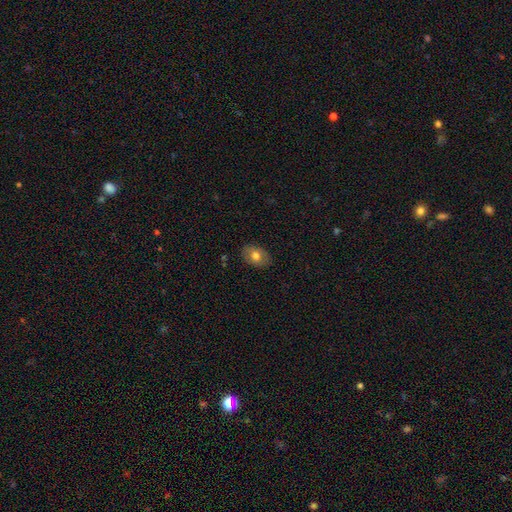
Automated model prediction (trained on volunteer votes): Smooth or featured? Predicted: smooth (p=0.72). How rounded? Predicted: in between (p=0.81). Merging? Predicted: none (p=0.85).